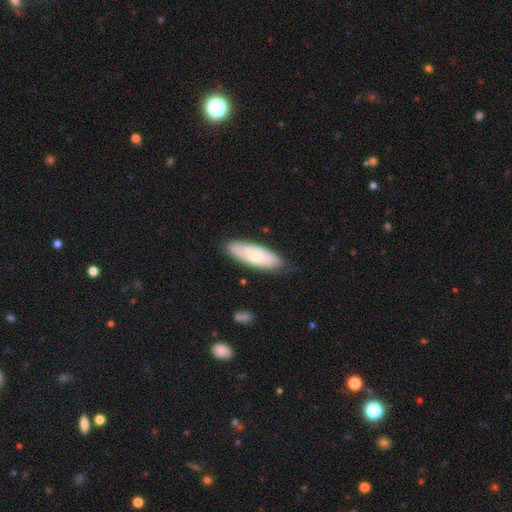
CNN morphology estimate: smooth_or_featured: featured or disk (p=0.49) [alt: smooth p=0.45]
merging: none (p=0.74) [alt: minor disturbance p=0.20]